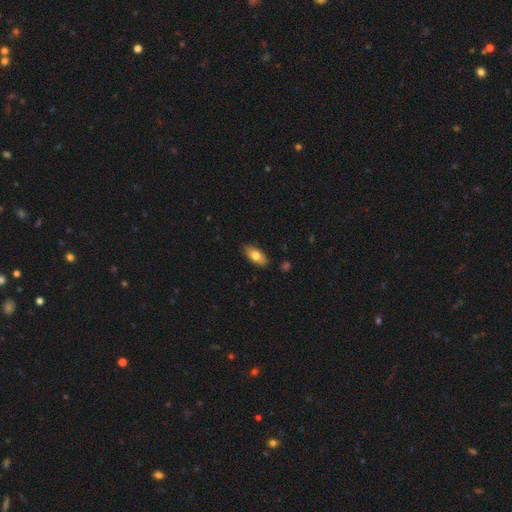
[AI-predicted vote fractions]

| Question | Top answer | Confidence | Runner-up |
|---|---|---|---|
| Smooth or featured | smooth | 78% | featured or disk (16%) |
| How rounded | in between | 85% | cigar-shaped (12%) |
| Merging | none | 86% | minor disturbance (11%) |